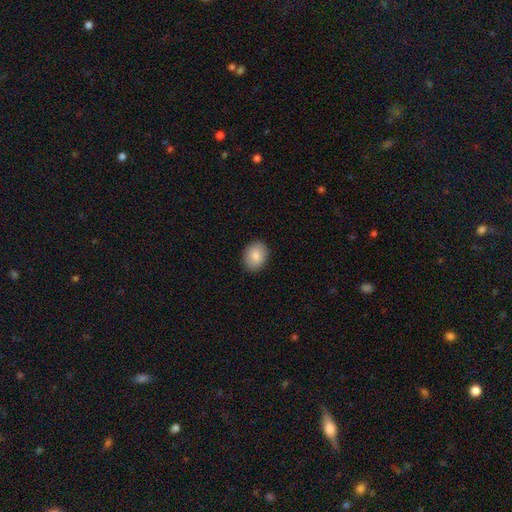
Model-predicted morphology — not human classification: type=smooth (86%); roundness=in between (52%); merging=none (90%).